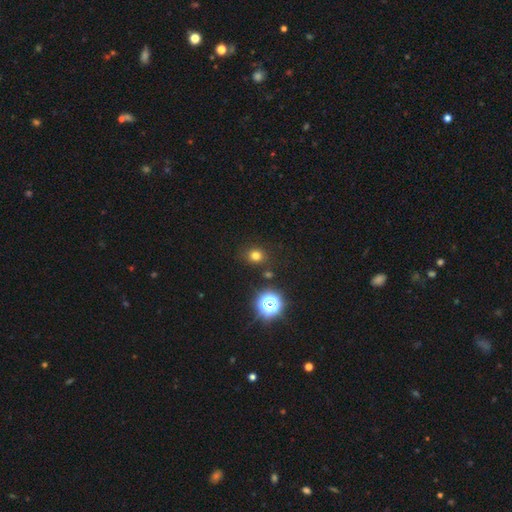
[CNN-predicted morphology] A smooth galaxy with no disk features (73%) that is round (76%). Merging: none (85%).